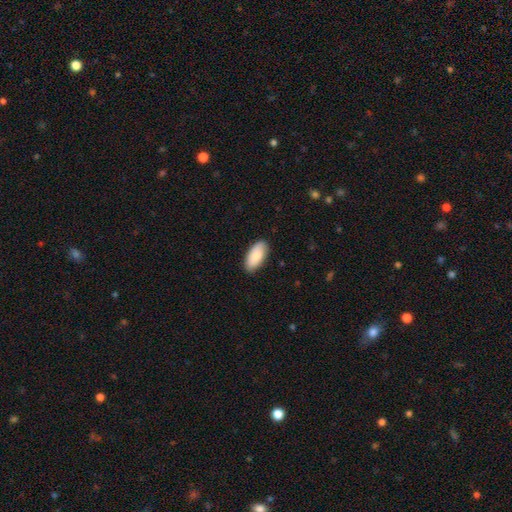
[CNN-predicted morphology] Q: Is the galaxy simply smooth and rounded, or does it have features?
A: smooth — 86%.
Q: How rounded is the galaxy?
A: in between — 92%.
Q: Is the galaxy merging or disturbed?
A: none — 87%.